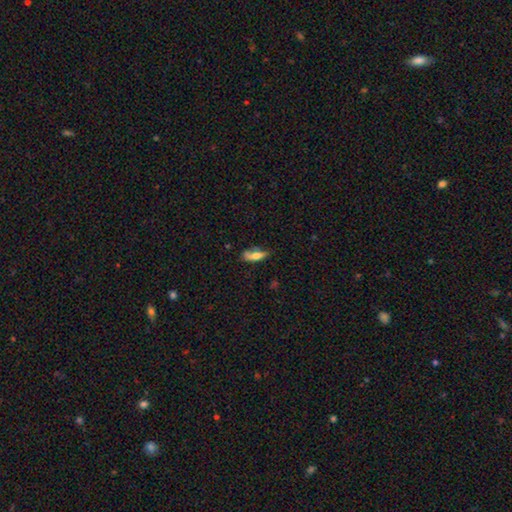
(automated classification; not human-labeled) Q: Smooth or featured?
A: smooth (68%); runner-up: featured or disk (24%)
Q: How rounded?
A: in between (55%); runner-up: cigar-shaped (42%)
Q: Merging?
A: none (45%); runner-up: minor disturbance (29%)